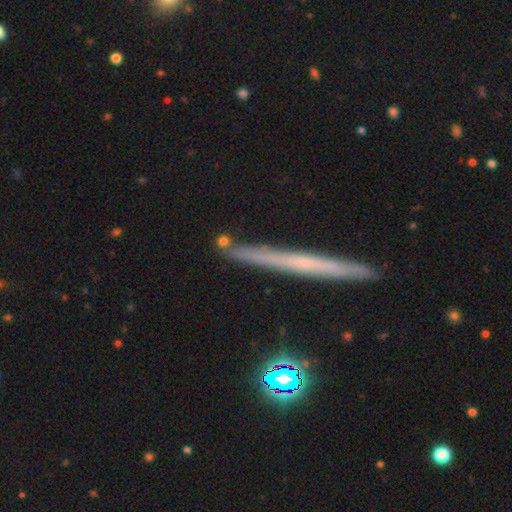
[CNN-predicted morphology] The model was most divided on "smooth or featured": featured or disk: 57%, smooth: 35%, star or artifact: 9%. More confident: edge-on disk — yes (96%); merging — none (89%); edge-on bulge — none (86%).